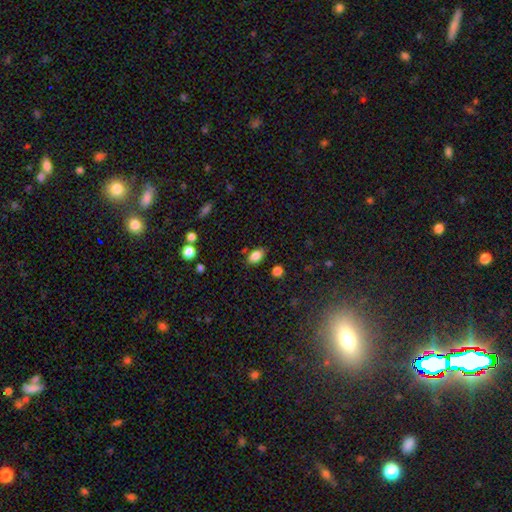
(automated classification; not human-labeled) A smooth galaxy with no disk features (85%) that is in between round and cigar-shaped (87%). Merging: none (81%).